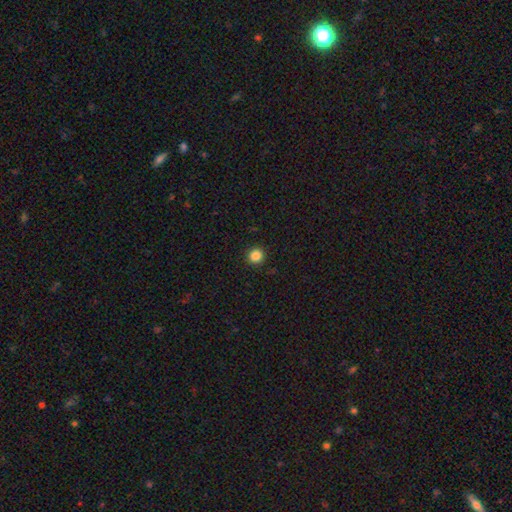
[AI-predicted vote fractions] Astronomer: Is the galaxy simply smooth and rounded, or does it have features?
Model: smooth — 85%.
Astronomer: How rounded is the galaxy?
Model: round — 94%.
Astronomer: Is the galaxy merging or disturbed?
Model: none — 93%.